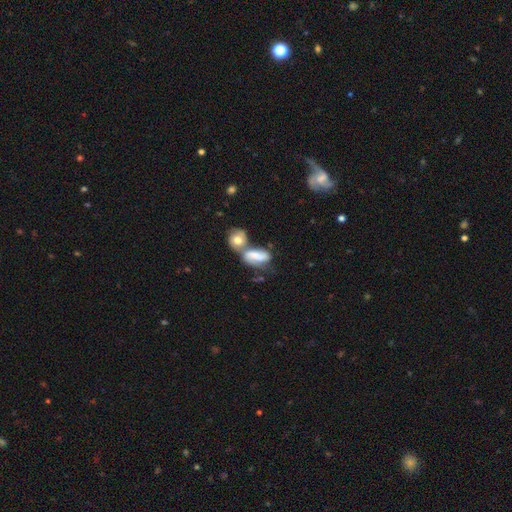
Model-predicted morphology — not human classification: Smooth or featured? smooth (58%)
How rounded? in between (83%)
Merging? merger (53%)